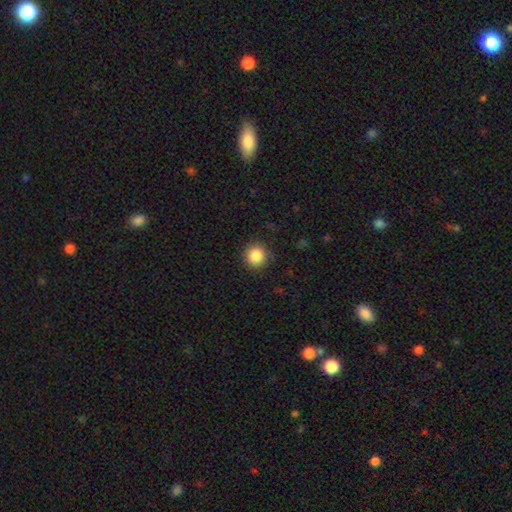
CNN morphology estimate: Overall: smooth (86%). How rounded: round (95%). Merging: none (90%).